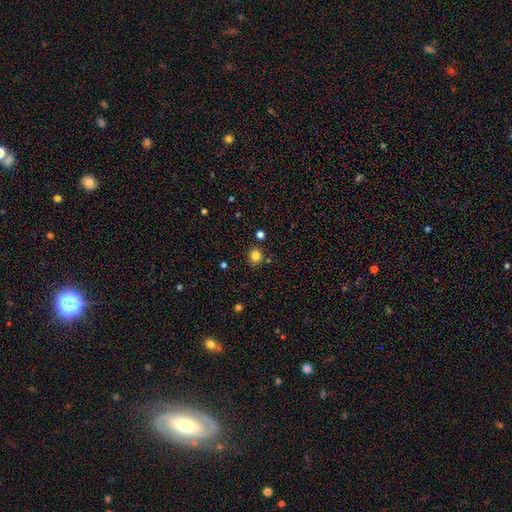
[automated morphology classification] Smooth or featured? Predicted: smooth (p=0.82). How rounded? Predicted: round (p=0.81). Merging? Predicted: none (p=0.84).